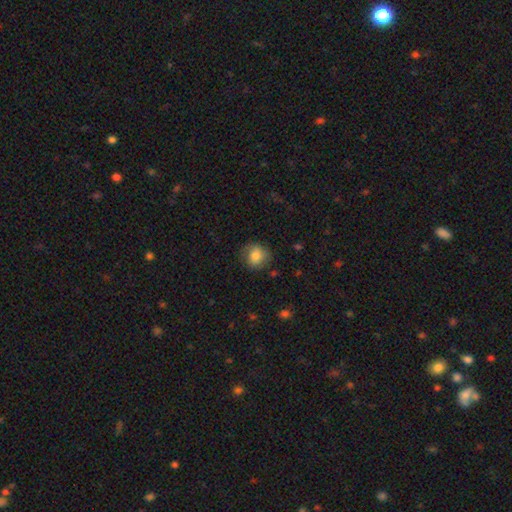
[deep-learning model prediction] smooth-or-featured: smooth: 80% | featured or disk: 11% | star or artifact: 9%
  how-rounded: round: 83% | in between: 16% | cigar-shaped: 1%
  merging: none: 77% | minor disturbance: 17% | major disturbance: 5% | merger: 1%